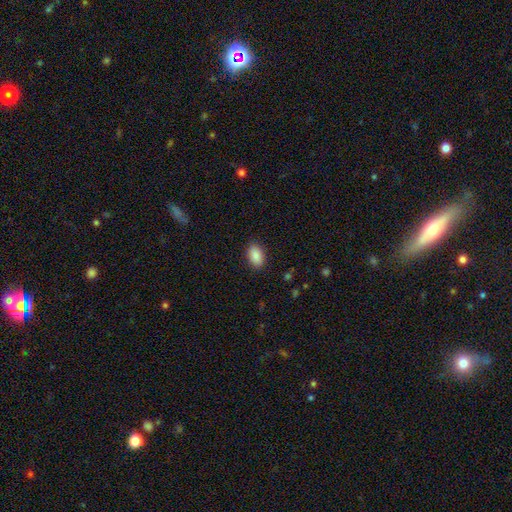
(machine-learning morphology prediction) A smooth galaxy with no disk features (89%) that is in between round and cigar-shaped (92%). Merging: none (88%).